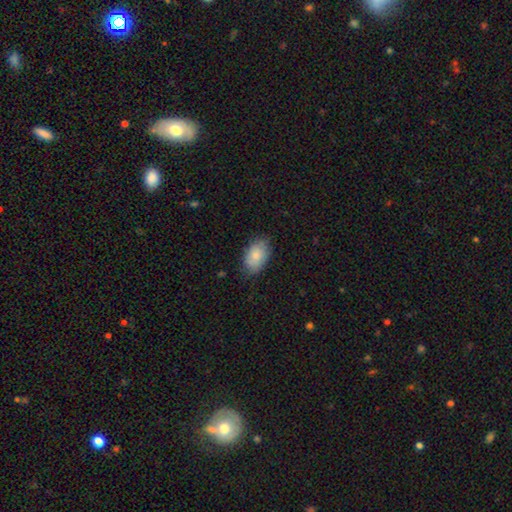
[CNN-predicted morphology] The model was most divided on "merging": none: 77%, minor disturbance: 19%, major disturbance: 4%, merger: 1%. More confident: how rounded — in between (89%); smooth or featured — smooth (82%).